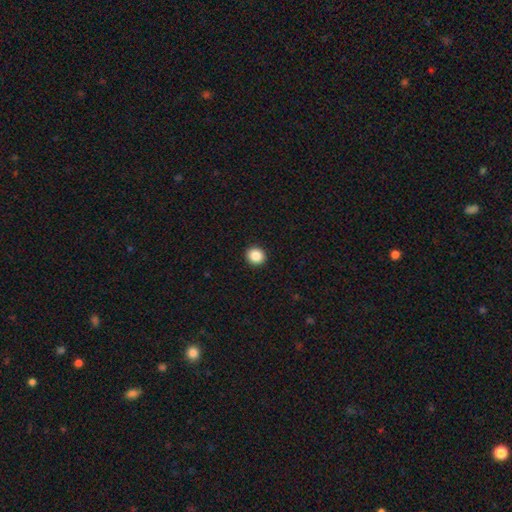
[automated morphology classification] A smooth galaxy with no disk features (87%) that is round (86%).

Vote fractions:
- Smooth or featured? smooth: 87% / star or artifact: 9% / featured or disk: 4%
- How rounded? round: 86% / in between: 13% / cigar-shaped: 1%
- Merging? none: 93% / minor disturbance: 4% / major disturbance: 1% / merger: 1%